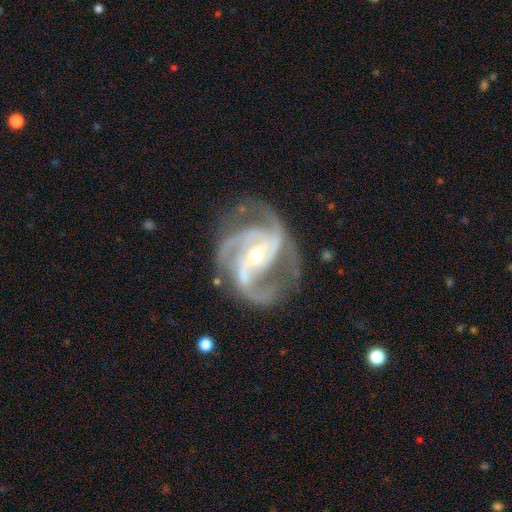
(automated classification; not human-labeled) Smooth or featured: featured or disk — 92% (star or artifact — 5%)
Edge-on disk: no — 98% (yes — 2%)
Bar: weak — 35% (no — 33%)
Spiral arms: yes — 98% (no — 2%)
Spiral winding: medium — 57% (tight — 30%)
Spiral arm count: 3 — 59% (2 — 19%)
Bulge size: small — 55% (moderate — 42%)
Merging: none — 64% (minor disturbance — 19%)